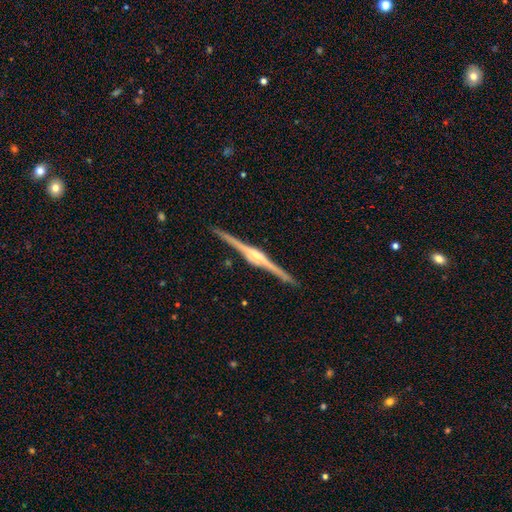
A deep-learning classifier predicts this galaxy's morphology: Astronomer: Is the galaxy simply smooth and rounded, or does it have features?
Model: featured or disk — 89%.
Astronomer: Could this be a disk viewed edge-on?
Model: yes — 99%.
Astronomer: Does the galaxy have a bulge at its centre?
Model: rounded — 80%.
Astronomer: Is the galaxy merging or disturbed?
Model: none — 90%.